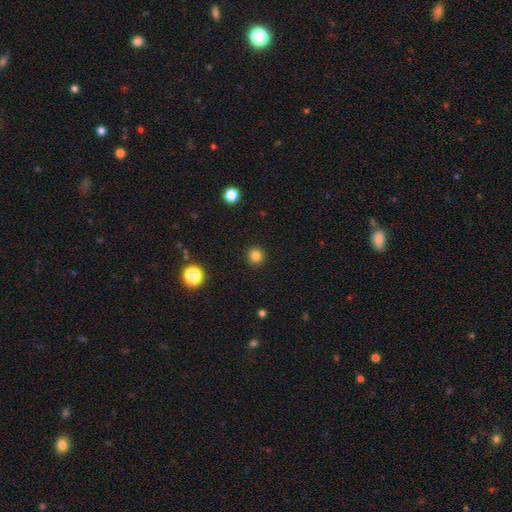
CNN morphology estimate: This is clearly a smooth galaxy (82%). How rounded: clearly round (95%). Merging: clearly none (93%).